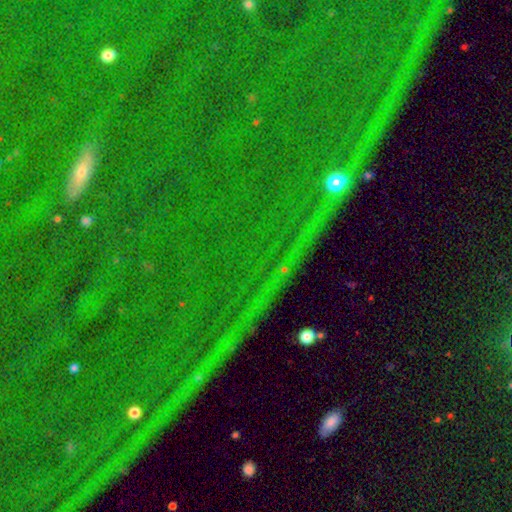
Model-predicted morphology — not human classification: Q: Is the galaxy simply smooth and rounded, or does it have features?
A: star or artifact — 83%.